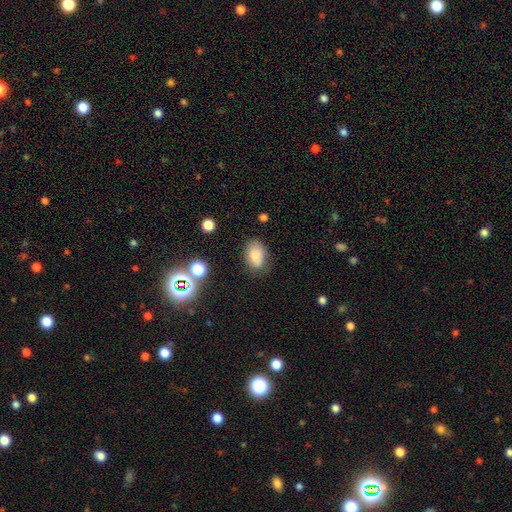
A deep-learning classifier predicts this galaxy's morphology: smooth 82%, star or artifact 10%, featured or disk 8%. Down the decision tree: how rounded — in between (84%); merging — none (70%).